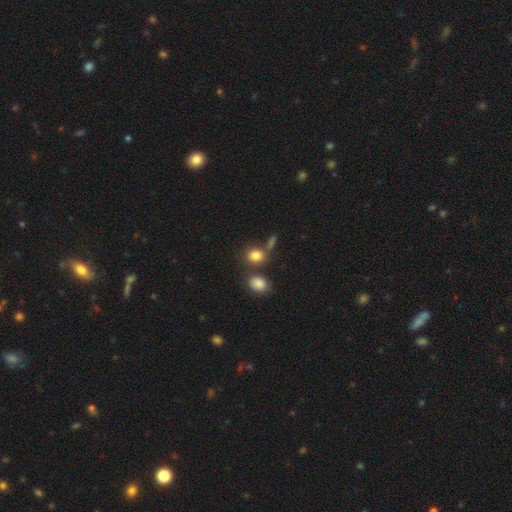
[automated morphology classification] Smooth or featured? Predicted: smooth (p=0.82). How rounded? Predicted: round (p=0.53). Merging? Predicted: none (p=0.56).